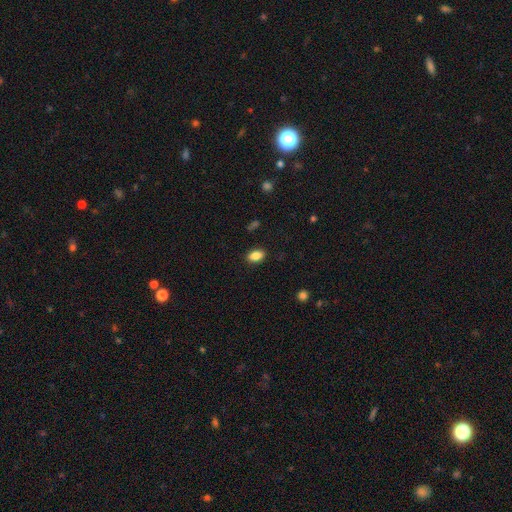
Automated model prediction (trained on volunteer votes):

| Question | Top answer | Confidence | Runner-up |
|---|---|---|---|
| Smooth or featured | smooth | 87% | star or artifact (9%) |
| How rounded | in between | 89% | round (9%) |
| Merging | none | 88% | minor disturbance (9%) |